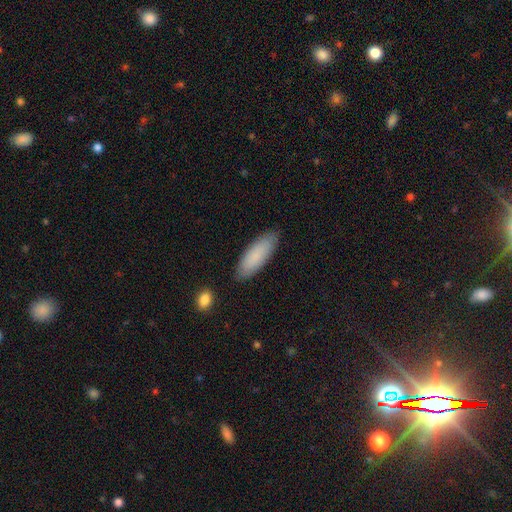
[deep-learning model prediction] Morphology: type=smooth (84%); roundness=in between (61%); merging=none (85%).